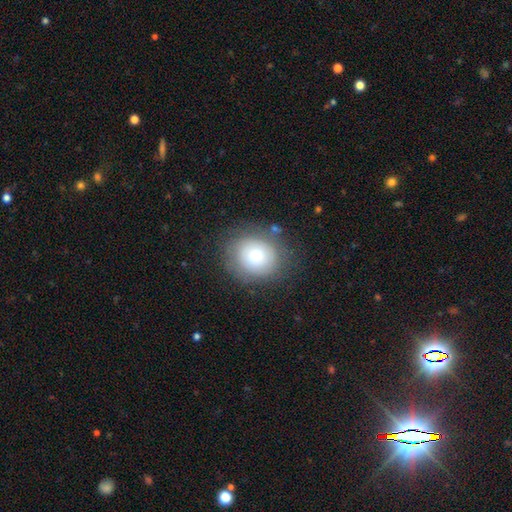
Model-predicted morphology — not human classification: This appears to be a smooth galaxy with no disk features (69%) that is round (82%). Merging: none (77%).